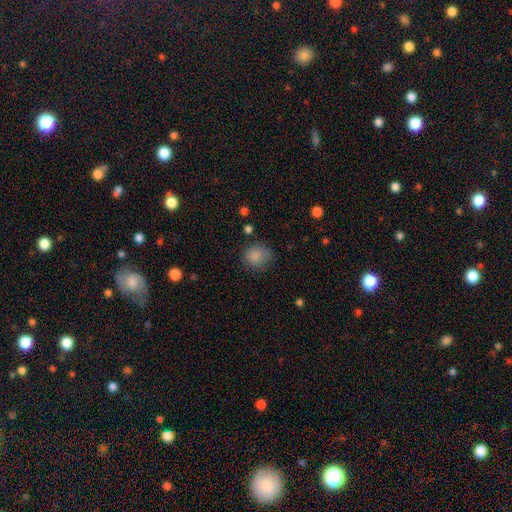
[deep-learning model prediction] Overall: smooth (85%). How rounded: round (78%). Merging: none (74%).